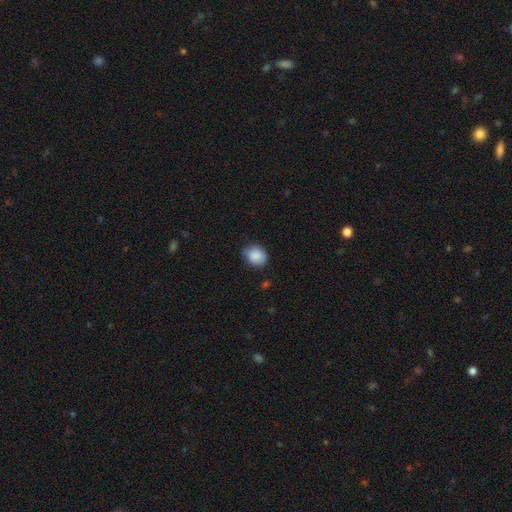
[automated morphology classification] A smooth galaxy with no disk features (86%) that is round (63%). Merging: none (68%).